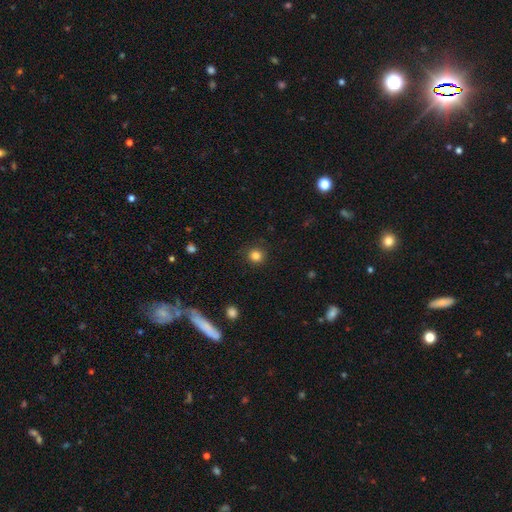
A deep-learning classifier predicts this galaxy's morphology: Smooth or featured? smooth (83%)
How rounded? round (91%)
Merging? none (90%)